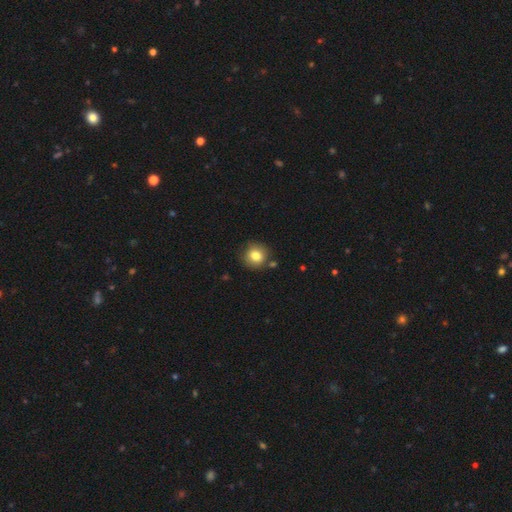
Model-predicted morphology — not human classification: Smooth or featured? Predicted: smooth (p=0.81). How rounded? Predicted: round (p=0.88). Merging? Predicted: none (p=0.82).